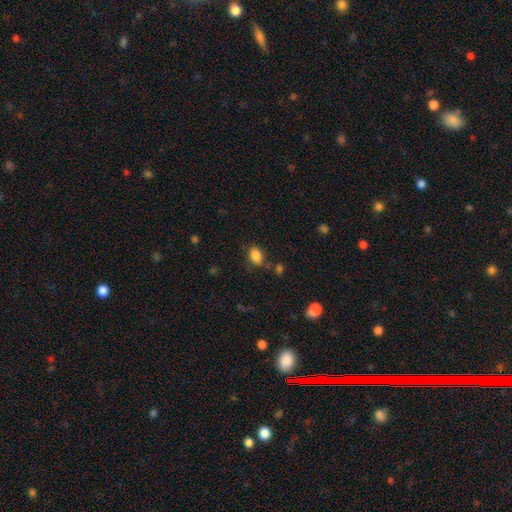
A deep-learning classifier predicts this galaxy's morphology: type=smooth (85%); roundness=in between (84%); merging=none (73%).